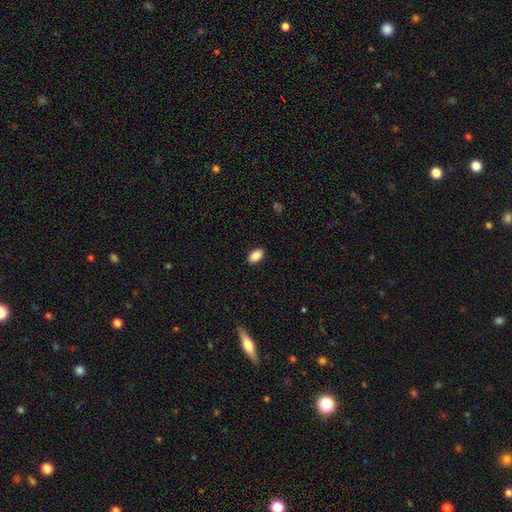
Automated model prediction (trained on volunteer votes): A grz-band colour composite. It shows a smooth galaxy with no disk features (87%) that is in between round and cigar-shaped (91%). Merging: none (89%).